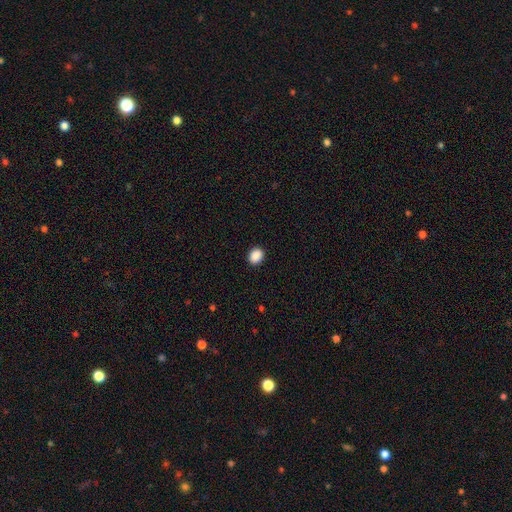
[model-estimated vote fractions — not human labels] Smooth or featured: smooth — 89% (star or artifact — 8%)
How rounded: round — 51% (in between — 49%)
Merging: none — 91% (minor disturbance — 7%)